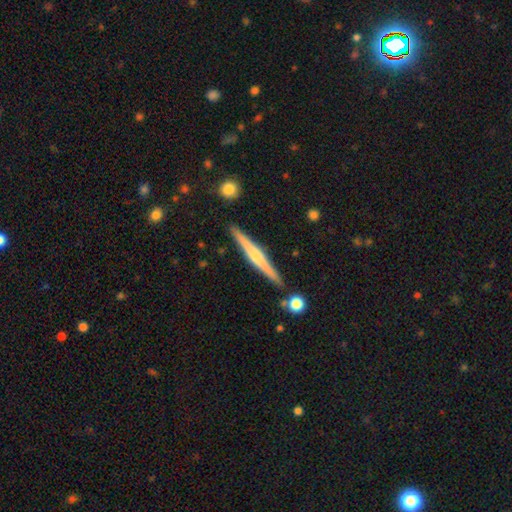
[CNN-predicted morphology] smooth-or-featured: featured or disk: 64% | smooth: 31% | star or artifact: 5%
  disk-edge-on: yes: 98% | no: 2%
    edge-on-bulge: rounded: 65% | none: 21% | boxy: 13%
  merging: none: 88% | minor disturbance: 8% | merger: 3% | major disturbance: 2%